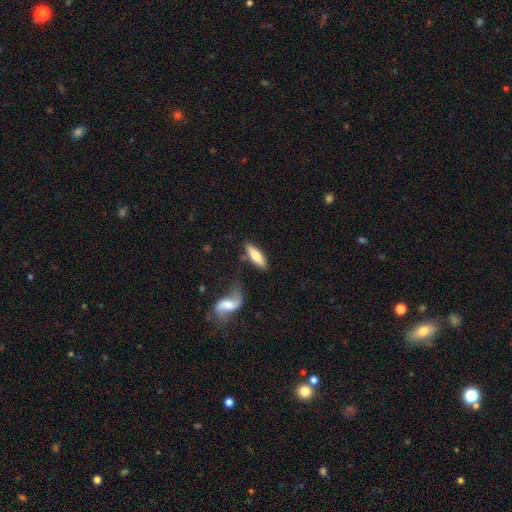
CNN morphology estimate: type=smooth (63%); roundness=cigar-shaped (51%); merging=none (70%).